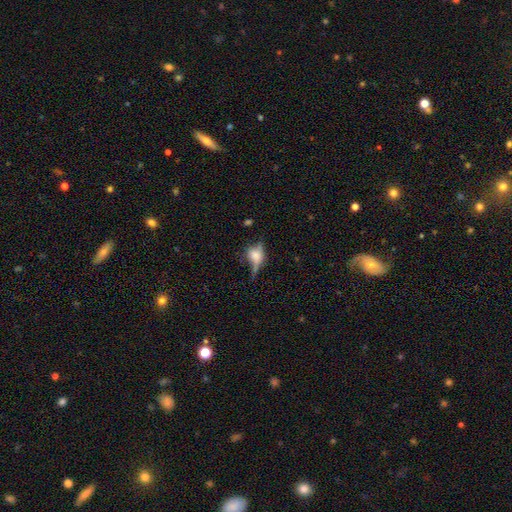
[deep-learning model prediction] This appears to be a featured or disk galaxy (51%) viewed edge-on (86%). Merging: none (53%).